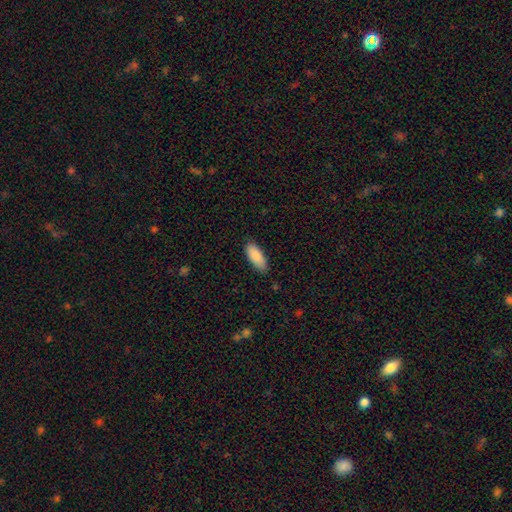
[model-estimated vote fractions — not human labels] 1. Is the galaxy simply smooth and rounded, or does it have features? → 88% smooth, 6% star or artifact, 6% featured or disk.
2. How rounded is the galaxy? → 80% in between, 19% cigar-shaped, 2% round.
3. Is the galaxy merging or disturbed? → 84% none, 13% minor disturbance, 2% major disturbance, 1% merger.